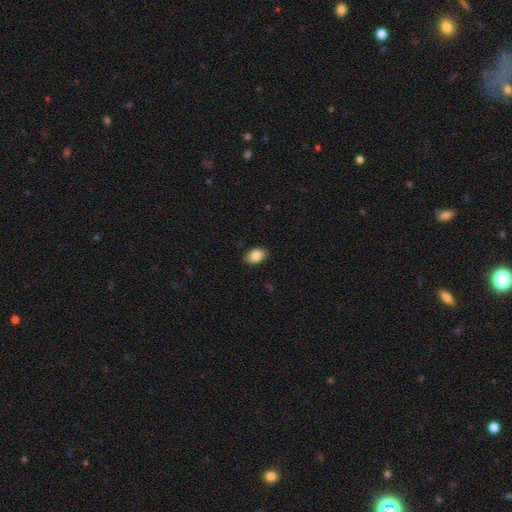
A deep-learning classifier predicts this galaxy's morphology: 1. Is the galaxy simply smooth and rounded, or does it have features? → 85% smooth, 8% featured or disk, 7% star or artifact.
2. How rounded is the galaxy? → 88% in between, 11% round, 2% cigar-shaped.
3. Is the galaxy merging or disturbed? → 86% none, 11% minor disturbance, 2% major disturbance, 1% merger.